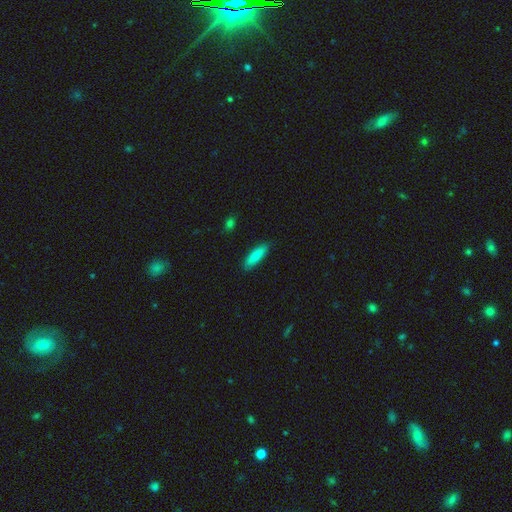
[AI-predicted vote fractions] A smooth galaxy with no disk features (83%) that is cigar-shaped (64%). Merging: none (88%).